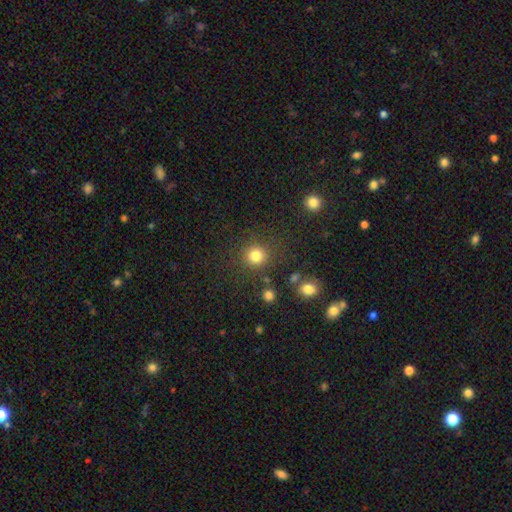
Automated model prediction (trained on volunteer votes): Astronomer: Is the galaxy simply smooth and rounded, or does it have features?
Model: smooth — 81%.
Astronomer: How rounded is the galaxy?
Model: round — 91%.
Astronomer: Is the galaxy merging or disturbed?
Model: none — 84%.